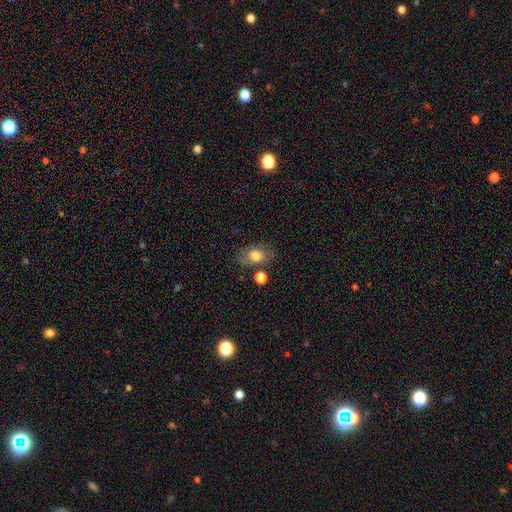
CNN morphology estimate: smooth 61%, featured or disk 28%, star or artifact 11%. Down the decision tree: how rounded — in between (71%); merging — none (62%).